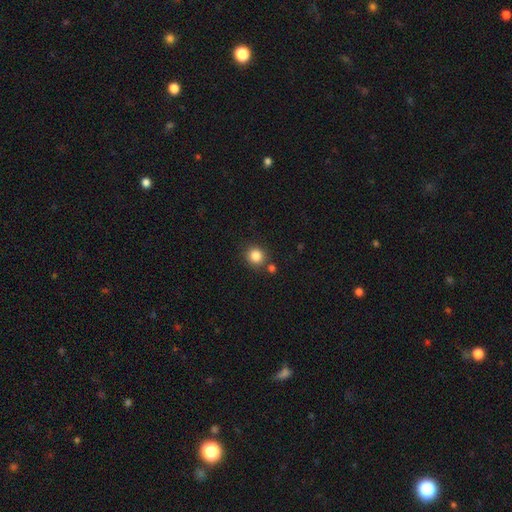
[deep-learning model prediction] Q: Smooth or featured?
A: smooth (85%); runner-up: star or artifact (11%)
Q: How rounded?
A: round (88%); runner-up: in between (11%)
Q: Merging?
A: none (80%); runner-up: minor disturbance (9%)